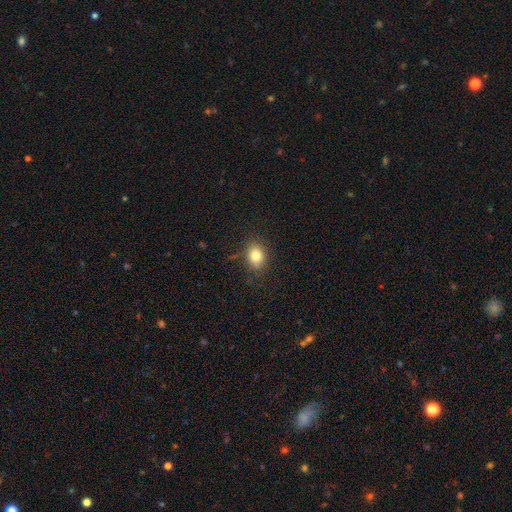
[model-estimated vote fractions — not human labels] smooth 81%, star or artifact 11%, featured or disk 8%. Down the decision tree: how rounded — in between (57%); merging — none (80%).